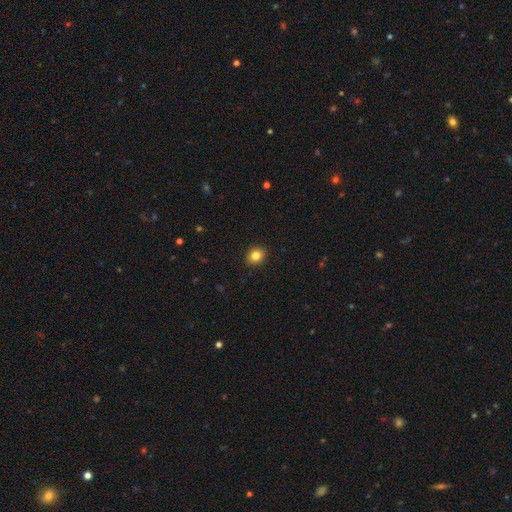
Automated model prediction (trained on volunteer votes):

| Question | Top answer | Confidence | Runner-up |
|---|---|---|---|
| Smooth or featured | smooth | 83% | star or artifact (11%) |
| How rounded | round | 67% | in between (33%) |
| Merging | none | 92% | minor disturbance (6%) |